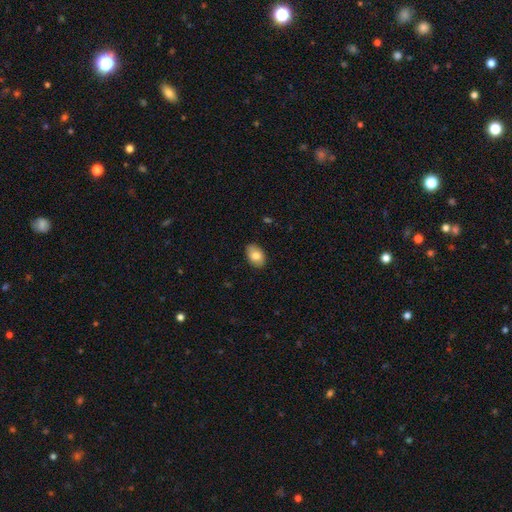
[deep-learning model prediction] This is clearly a smooth galaxy (81%). How rounded: clearly in between (86%). Merging: clearly none (87%).